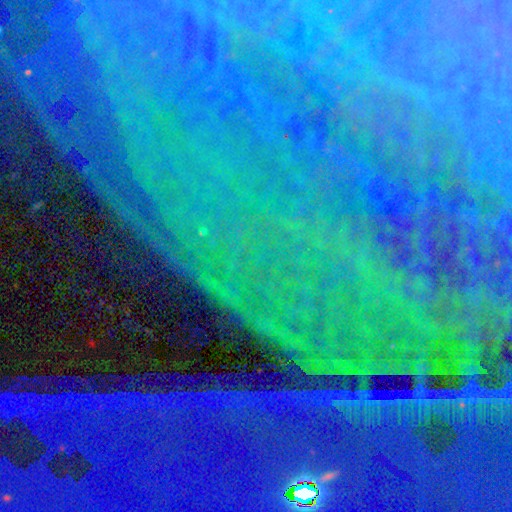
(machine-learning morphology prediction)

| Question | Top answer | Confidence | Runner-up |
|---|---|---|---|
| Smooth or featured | star or artifact | 85% | featured or disk (8%) |